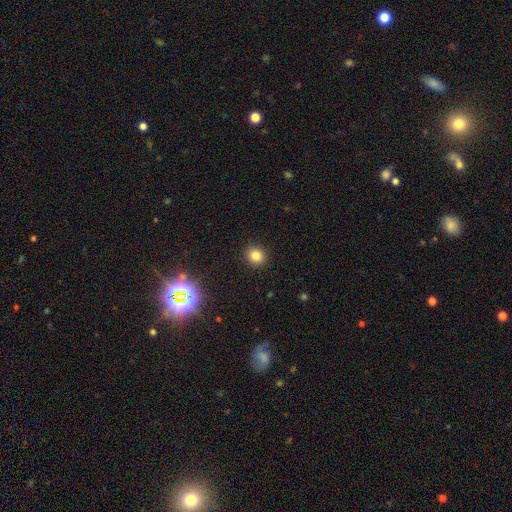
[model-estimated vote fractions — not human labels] Overall: smooth (80%). How rounded: round (81%). Merging: none (91%).